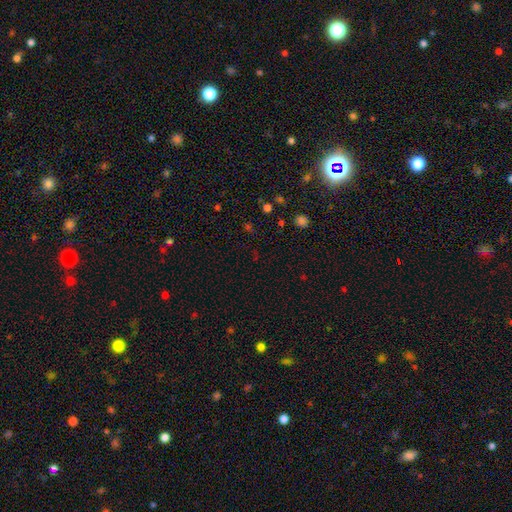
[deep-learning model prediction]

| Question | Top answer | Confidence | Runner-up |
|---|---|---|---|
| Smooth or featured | star or artifact | 61% | smooth (32%) |